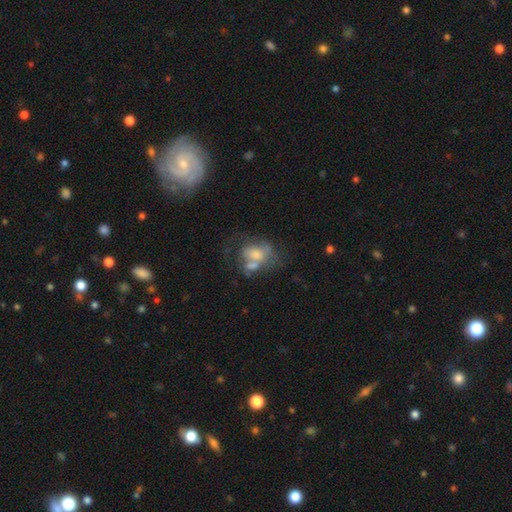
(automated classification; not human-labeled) Smooth or featured? smooth (45%, tied with featured or disk)
Merging? merger (37%)